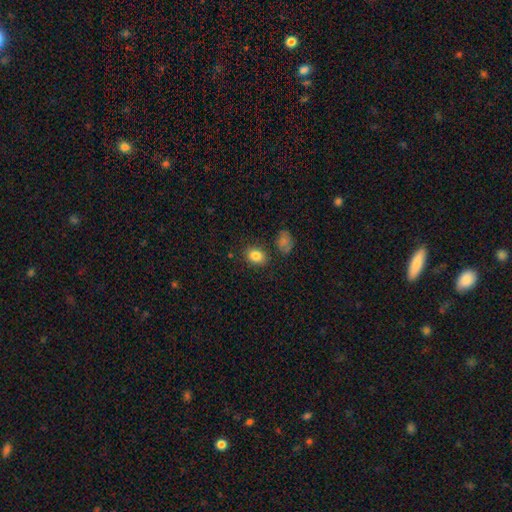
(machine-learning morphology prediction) A smooth galaxy with no disk features (84%) that is in between round and cigar-shaped (62%). Merging: none (82%).